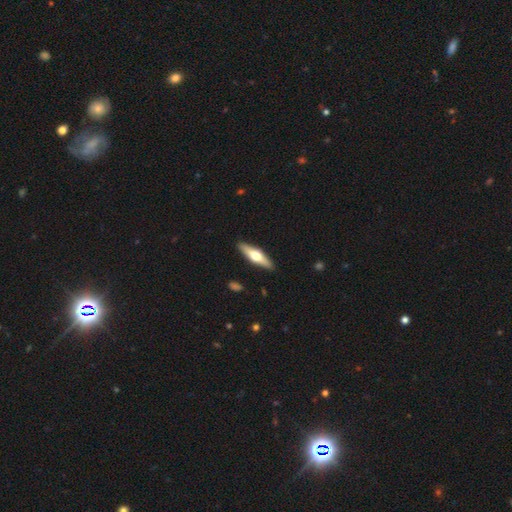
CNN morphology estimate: Smooth or featured?
  - featured or disk: 52% *
  - smooth: 43%
  - star or artifact: 5%
Edge-on disk?
  - yes: 90% *
  - no: 10%
Merging?
  - none: 90% *
  - minor disturbance: 7%
  - major disturbance: 2%
  - merger: 1%